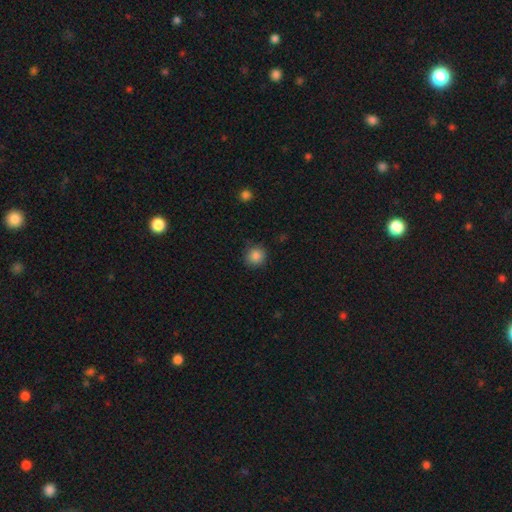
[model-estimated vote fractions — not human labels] smooth 86%, star or artifact 10%, featured or disk 4%. Down the decision tree: how rounded — round (91%); merging — none (86%).